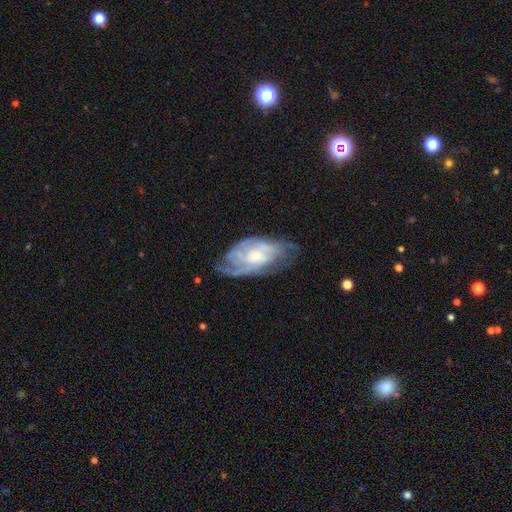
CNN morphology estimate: This appears to be a featured or disk galaxy (76%) with no bar (70%), tight (52%) spiral arms (84%) and a small central bulge (48%). Merging: none (58%).